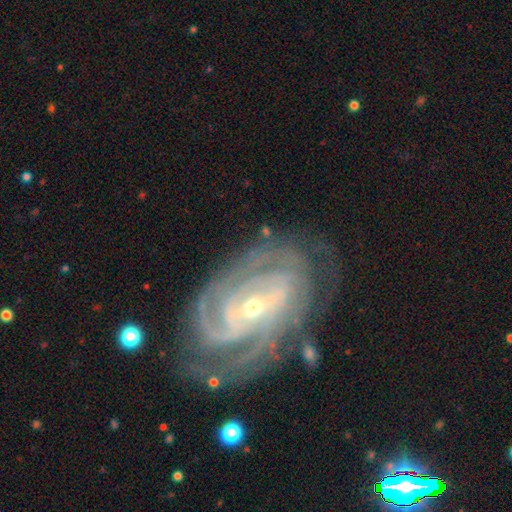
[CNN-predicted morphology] This is clearly a featured or disk galaxy (91%). It is clearly not viewed edge-on (96%). Bar: marginally weak (39%). Spiral arm pattern: clearly yes (98%). Spiral arm count: marginally 3 (29%). Spiral winding: likely tight (72%). Central bulge: likely small (64%). Merging: likely none (71%).